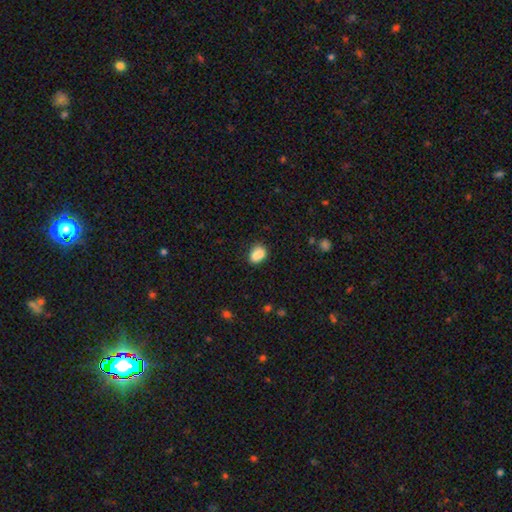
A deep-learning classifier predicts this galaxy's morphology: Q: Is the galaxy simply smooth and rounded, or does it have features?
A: smooth — 86%.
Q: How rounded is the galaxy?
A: in between — 75%.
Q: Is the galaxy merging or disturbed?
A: none — 69%.